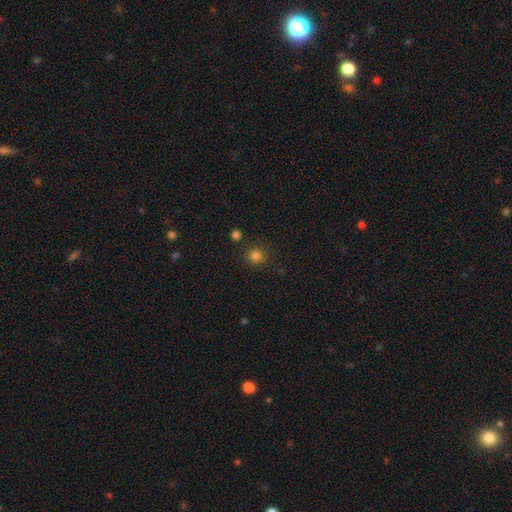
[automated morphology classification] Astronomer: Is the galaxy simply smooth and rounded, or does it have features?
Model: smooth — 81%.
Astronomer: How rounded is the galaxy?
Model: round — 93%.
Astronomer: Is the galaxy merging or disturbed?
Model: none — 87%.